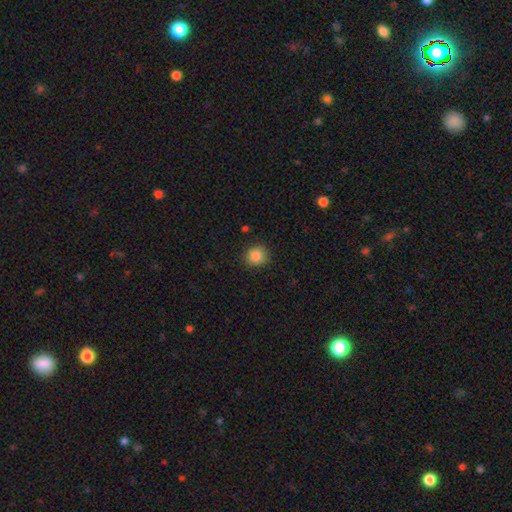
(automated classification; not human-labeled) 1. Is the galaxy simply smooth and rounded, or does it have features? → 87% smooth, 10% star or artifact, 4% featured or disk.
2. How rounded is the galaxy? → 85% round, 14% in between, 1% cigar-shaped.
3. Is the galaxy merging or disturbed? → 86% none, 10% minor disturbance, 3% major disturbance, 1% merger.